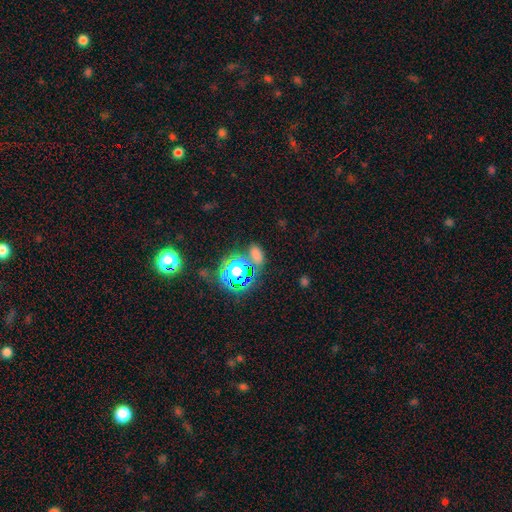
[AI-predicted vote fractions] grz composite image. It shows a smooth galaxy with no disk features (54%) that is in between round and cigar-shaped (70%). Merging: none (69%).